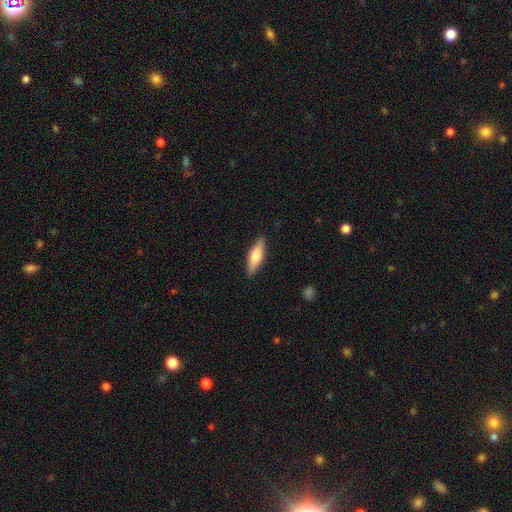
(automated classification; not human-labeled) This appears to be a smooth galaxy with no disk features (60%) that is cigar-shaped (57%). Merging: none (87%).